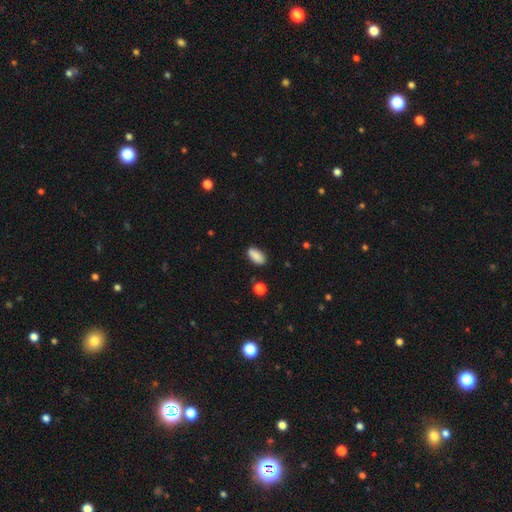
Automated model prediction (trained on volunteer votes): smooth 87%, star or artifact 8%, featured or disk 5%. Down the decision tree: how rounded — in between (90%); merging — none (80%).